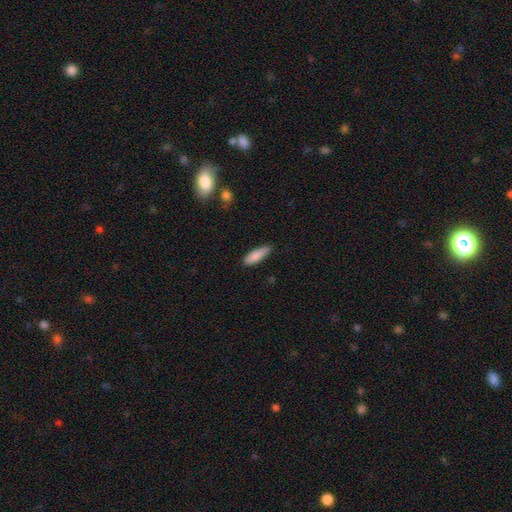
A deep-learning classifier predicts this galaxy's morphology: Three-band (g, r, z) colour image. It shows a smooth galaxy with no disk features (86%) that is cigar-shaped (50%). Merging: none (78%).